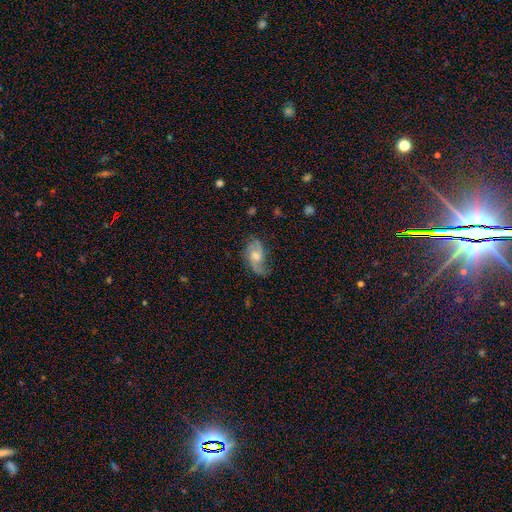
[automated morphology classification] Smooth or featured?
  - featured or disk: 78% *
  - smooth: 15%
  - star or artifact: 8%
Edge-on disk?
  - no: 95% *
  - yes: 5%
Bar?
  - no: 61% *
  - weak: 33%
  - strong: 6%
Spiral arms?
  - yes: 94% *
  - no: 6%
Spiral winding?
  - loose: 48% *
  - medium: 39%
  - tight: 13%
Spiral arm count?
  - 2: 80% *
  - can't tell: 7%
  - 3: 6%
  - 1: 4%
  - 4: 2%
  - more than 4: 2%
Bulge size?
  - moderate: 63% *
  - small: 22%
  - large: 10%
  - none: 4%
  - dominant: 1%
Merging?
  - none: 67% *
  - minor disturbance: 21%
  - major disturbance: 10%
  - merger: 2%